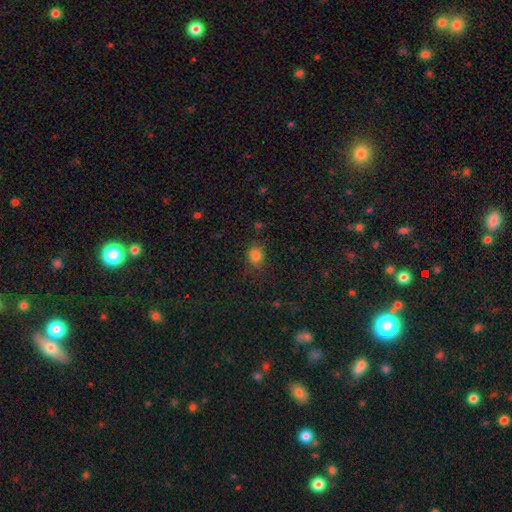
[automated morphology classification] Smooth or featured? Predicted: smooth (p=0.77). How rounded? Predicted: round (p=0.77). Merging? Predicted: none (p=0.76).